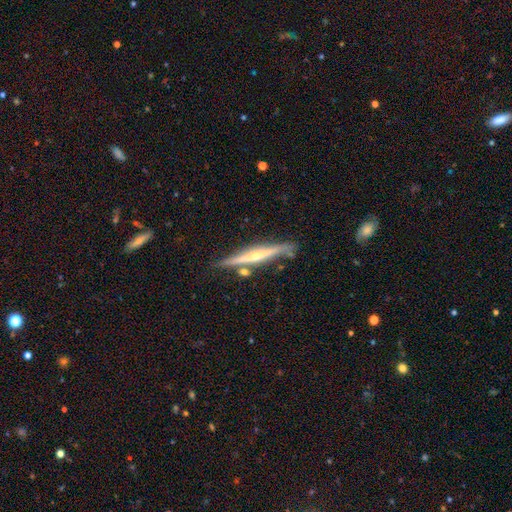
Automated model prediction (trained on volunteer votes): Smooth or featured?
  - featured or disk: 76% *
  - smooth: 18%
  - star or artifact: 6%
Edge-on disk?
  - yes: 97% *
  - no: 3%
Edge-on bulge?
  - rounded: 76% *
  - none: 19%
  - boxy: 5%
Merging?
  - none: 80% *
  - minor disturbance: 11%
  - merger: 6%
  - major disturbance: 2%